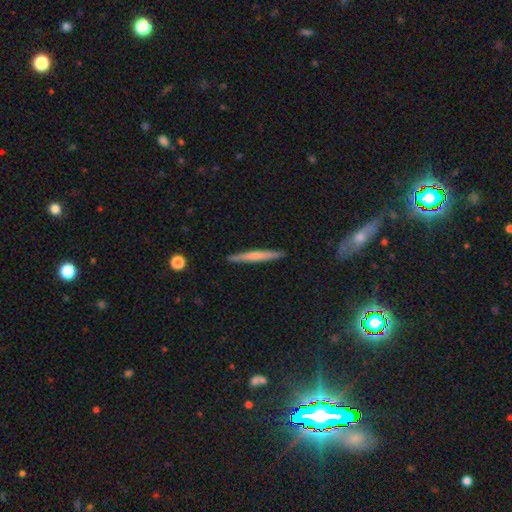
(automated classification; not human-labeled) A smooth galaxy with no disk features (53%) that is cigar-shaped (96%).

Vote fractions:
- Smooth or featured? smooth: 53% / featured or disk: 41% / star or artifact: 6%
- How rounded? cigar-shaped: 96% / in between: 2% / round: 1%
- Merging? none: 91% / minor disturbance: 7% / major disturbance: 1% / merger: 1%